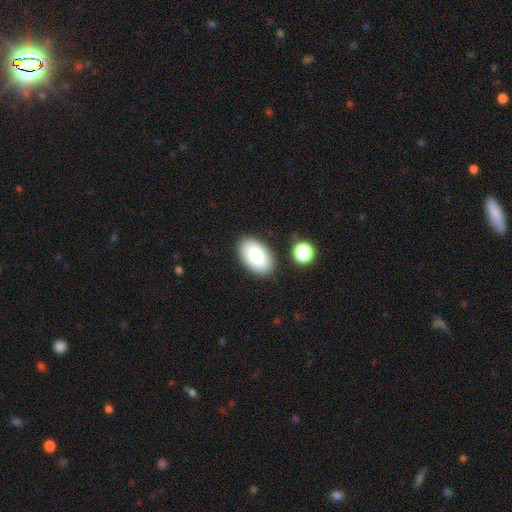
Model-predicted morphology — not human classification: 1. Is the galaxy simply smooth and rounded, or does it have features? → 79% smooth, 14% featured or disk, 8% star or artifact.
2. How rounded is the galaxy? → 93% in between, 6% round, 1% cigar-shaped.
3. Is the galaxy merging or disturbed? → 86% none, 9% minor disturbance, 3% merger, 2% major disturbance.